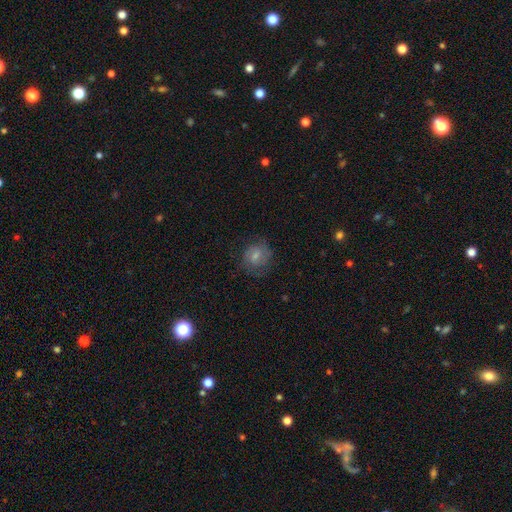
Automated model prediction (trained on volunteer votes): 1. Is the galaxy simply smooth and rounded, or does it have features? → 50% smooth, 42% featured or disk, 8% star or artifact.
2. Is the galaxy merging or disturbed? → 70% none, 20% minor disturbance, 9% major disturbance, 1% merger.